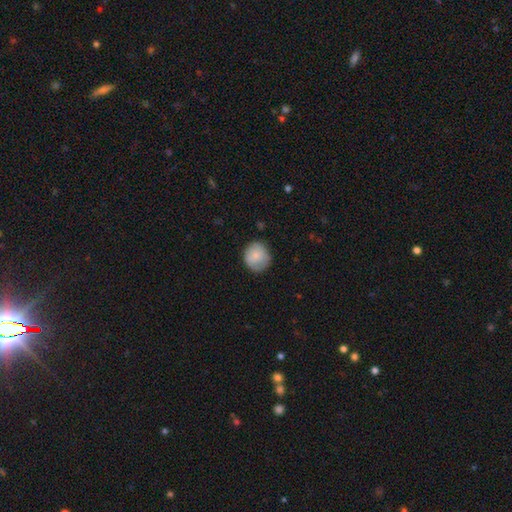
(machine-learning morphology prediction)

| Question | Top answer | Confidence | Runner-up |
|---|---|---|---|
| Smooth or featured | smooth | 82% | featured or disk (11%) |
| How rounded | round | 86% | in between (13%) |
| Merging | none | 74% | minor disturbance (20%) |